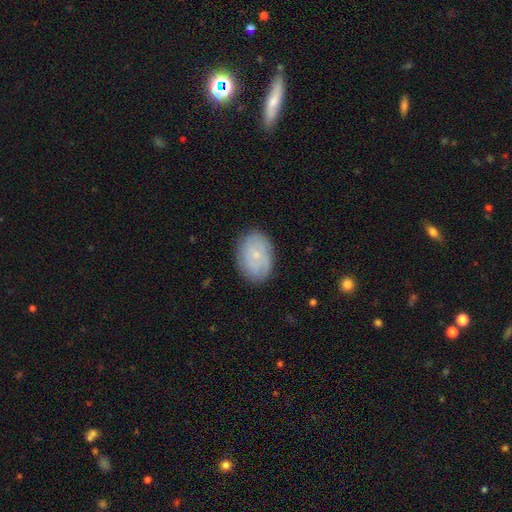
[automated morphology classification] smooth-or-featured: smooth: 52% | featured or disk: 40% | star or artifact: 8%
  how-rounded: in between: 73% | round: 26% | cigar-shaped: 1%
  merging: none: 81% | minor disturbance: 14% | major disturbance: 4% | merger: 1%